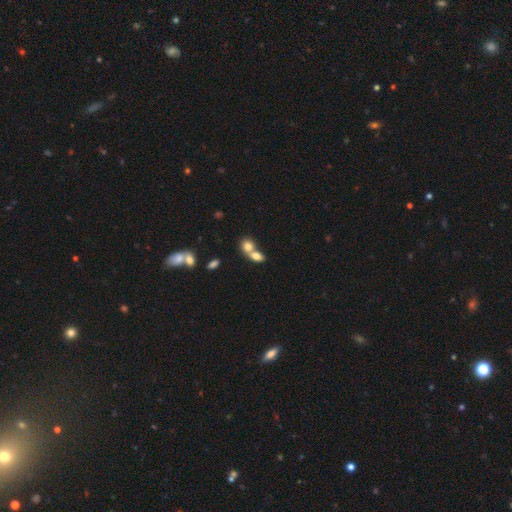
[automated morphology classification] smooth 77%, featured or disk 14%, star or artifact 9%. Down the decision tree: how rounded — in between (60%); merging — merger (68%).